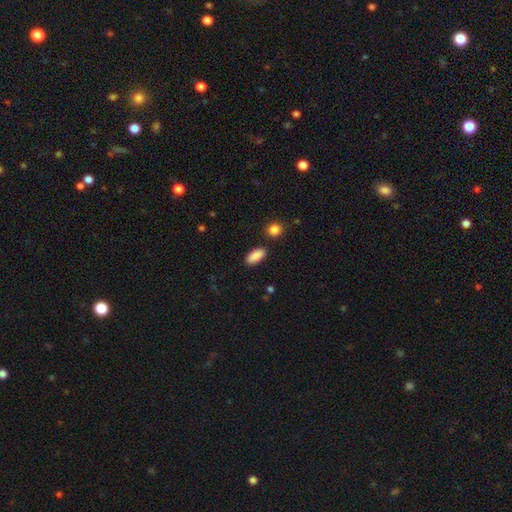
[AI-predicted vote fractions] Morphology: type=smooth (89%); roundness=in between (88%); merging=none (85%).